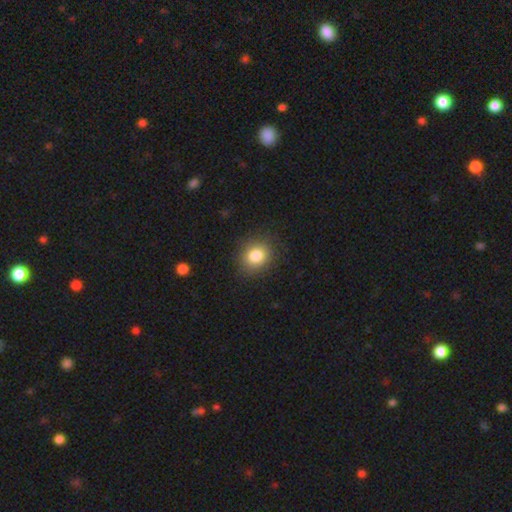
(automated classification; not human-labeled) Q: Smooth or featured?
A: smooth (83%); runner-up: star or artifact (10%)
Q: How rounded?
A: round (70%); runner-up: in between (29%)
Q: Merging?
A: none (87%); runner-up: minor disturbance (9%)